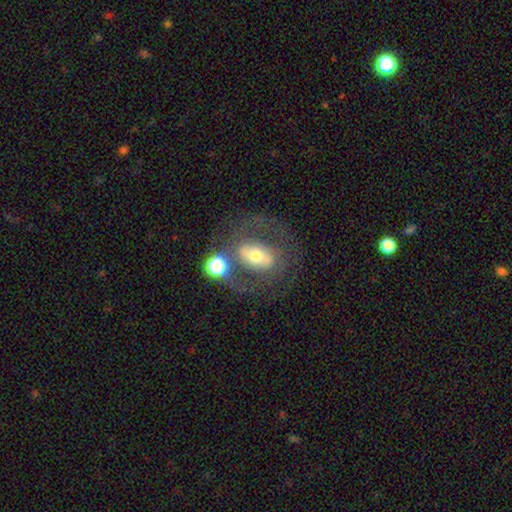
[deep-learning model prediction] Q: Smooth or featured?
A: featured or disk (58%); runner-up: smooth (32%)
Q: Edge-on disk?
A: no (92%); runner-up: yes (8%)
Q: Bar?
A: no (36%); tied with: strong (36%)
Q: Spiral arms?
A: no (52%); runner-up: yes (48%)
Q: Bulge size?
A: moderate (63%); runner-up: small (23%)
Q: Merging?
A: none (52%); runner-up: merger (18%)